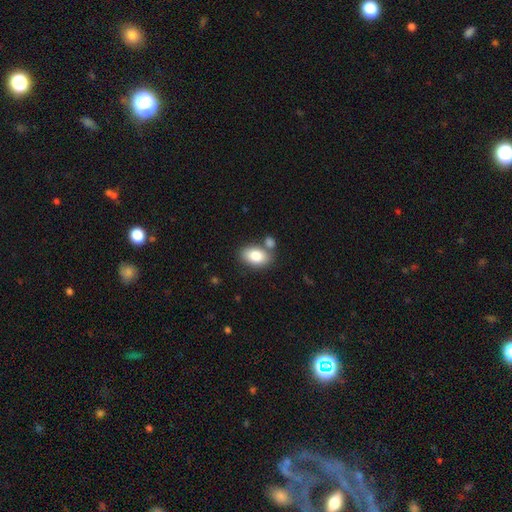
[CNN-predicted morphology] The model was most divided on "merging": none: 66%, merger: 18%, minor disturbance: 12%, major disturbance: 4%. More confident: how rounded — in between (89%); smooth or featured — smooth (81%).